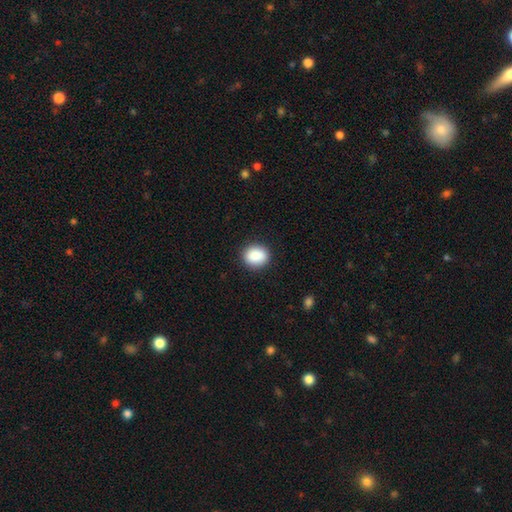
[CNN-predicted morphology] Smooth or featured: smooth — 89% (star or artifact — 8%)
How rounded: round — 76% (in between — 23%)
Merging: none — 90% (minor disturbance — 7%)